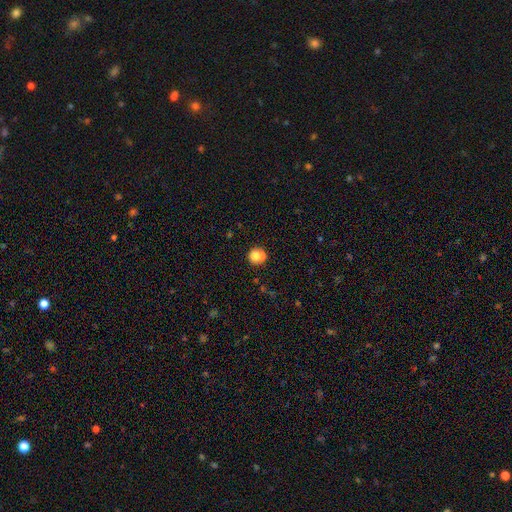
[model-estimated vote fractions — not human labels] This appears to be a smooth galaxy with no disk features (75%) that is round (87%). Merging: none (57%).